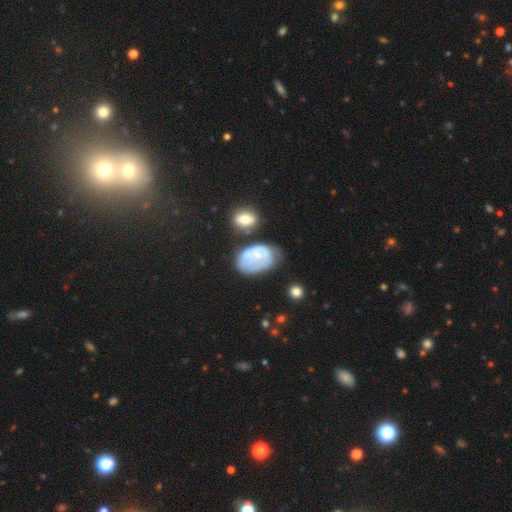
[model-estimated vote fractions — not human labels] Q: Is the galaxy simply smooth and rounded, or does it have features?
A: featured or disk — 53%.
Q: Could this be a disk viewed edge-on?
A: no — 97%.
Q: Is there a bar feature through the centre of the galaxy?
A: no — 80%.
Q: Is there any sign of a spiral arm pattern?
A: no — 54%.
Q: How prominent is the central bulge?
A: small — 49%.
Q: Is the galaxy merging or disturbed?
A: none — 36%.